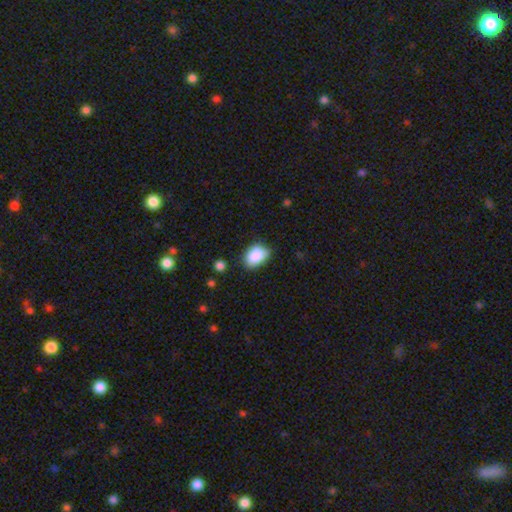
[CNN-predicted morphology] A smooth galaxy with no disk features (88%) that is in between round and cigar-shaped (80%). Merging: none (78%).